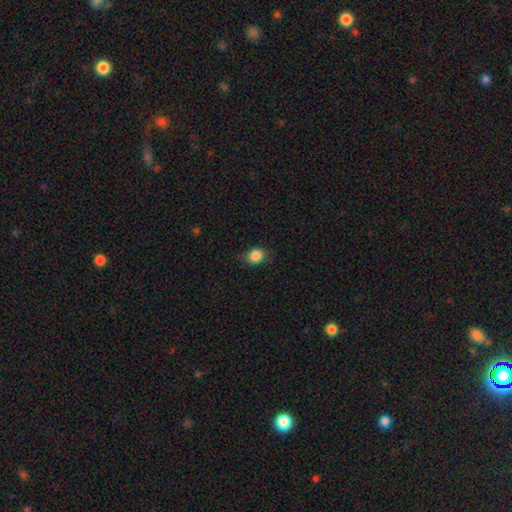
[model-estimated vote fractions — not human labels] smooth_or_featured: smooth (p=0.85) [alt: star or artifact p=0.09]
how_rounded: round (p=0.53) [alt: in between p=0.45]
merging: none (p=0.70) [alt: minor disturbance p=0.23]